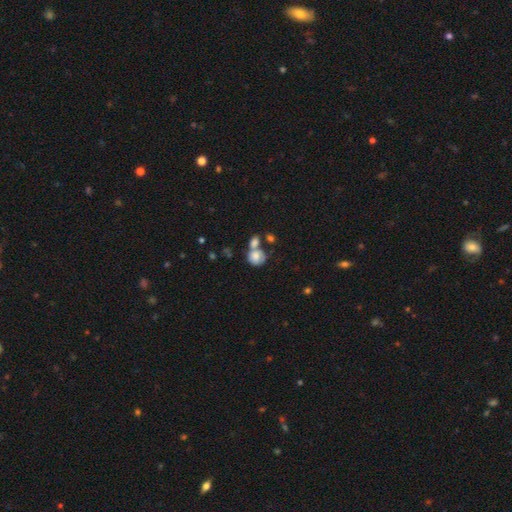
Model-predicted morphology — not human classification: Smooth or featured? Predicted: smooth (p=0.74). How rounded? Predicted: round (p=0.72). Merging? Predicted: merger (p=0.48).